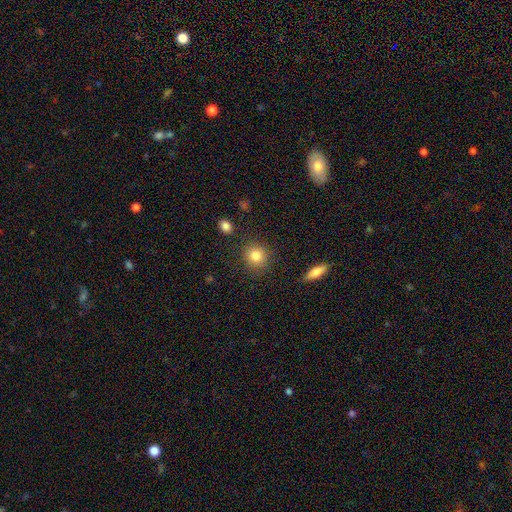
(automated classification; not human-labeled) A smooth galaxy with no disk features (84%) that is round (87%).

Vote fractions:
- Smooth or featured? smooth: 84% / star or artifact: 9% / featured or disk: 6%
- How rounded? round: 87% / in between: 12% / cigar-shaped: 1%
- Merging? none: 85% / minor disturbance: 9% / major disturbance: 3% / merger: 3%